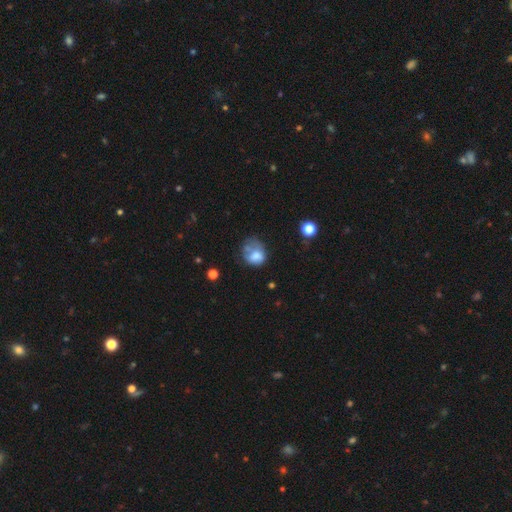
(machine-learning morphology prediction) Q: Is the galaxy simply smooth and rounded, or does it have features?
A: smooth — 65%.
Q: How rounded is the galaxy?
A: round — 53%.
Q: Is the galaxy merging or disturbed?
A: major disturbance — 34%.